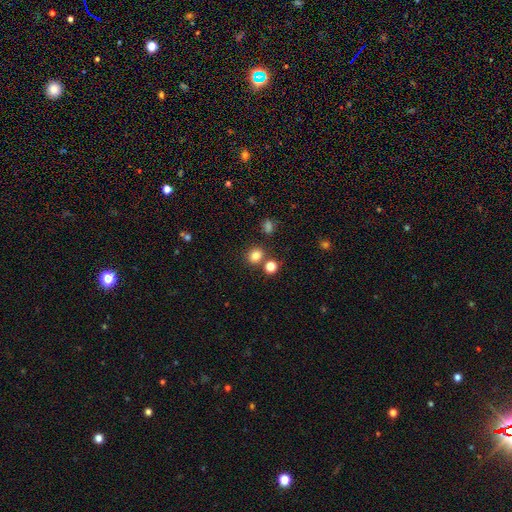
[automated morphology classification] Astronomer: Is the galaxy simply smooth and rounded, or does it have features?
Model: smooth — 80%.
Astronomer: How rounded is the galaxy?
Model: round — 71%.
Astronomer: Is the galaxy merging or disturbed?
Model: none — 72%.